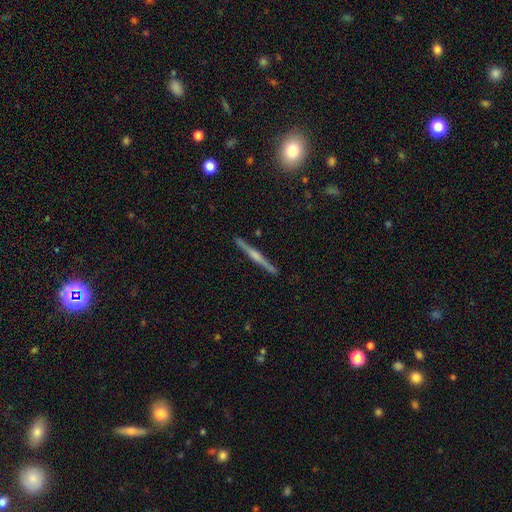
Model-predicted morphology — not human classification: This appears to be a featured or disk galaxy (76%) viewed edge-on (98%) with a rounded central bulge (70%). Merging: none (92%).